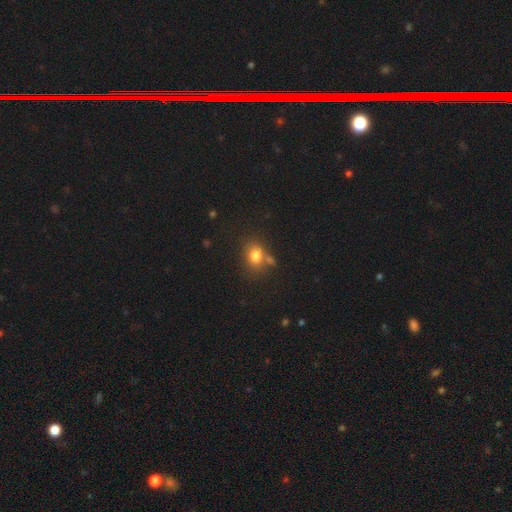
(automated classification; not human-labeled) Q: Smooth or featured?
A: smooth (79%); runner-up: star or artifact (12%)
Q: How rounded?
A: in between (53%); runner-up: round (46%)
Q: Merging?
A: none (63%); runner-up: merger (16%)